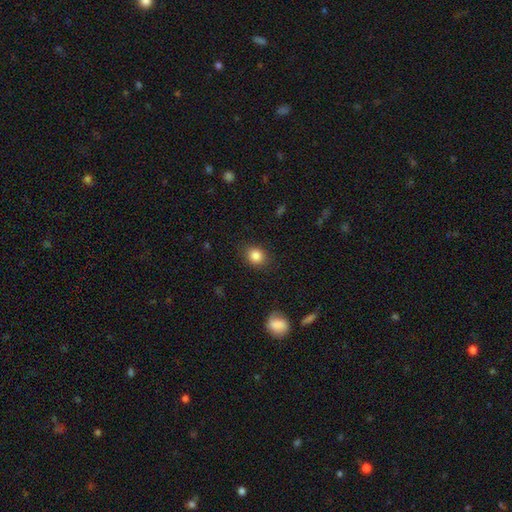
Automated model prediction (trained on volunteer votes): This appears to be a smooth galaxy with no disk features (85%) that is round (69%). Merging: none (86%).